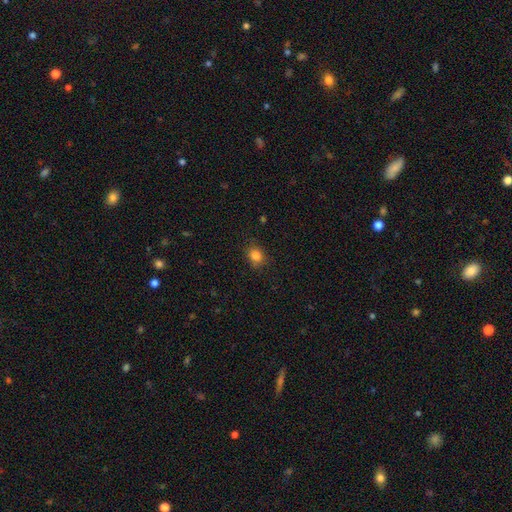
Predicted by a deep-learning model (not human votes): Q: Smooth or featured?
A: smooth (83%); runner-up: star or artifact (12%)
Q: How rounded?
A: round (66%); runner-up: in between (34%)
Q: Merging?
A: none (84%); runner-up: minor disturbance (12%)